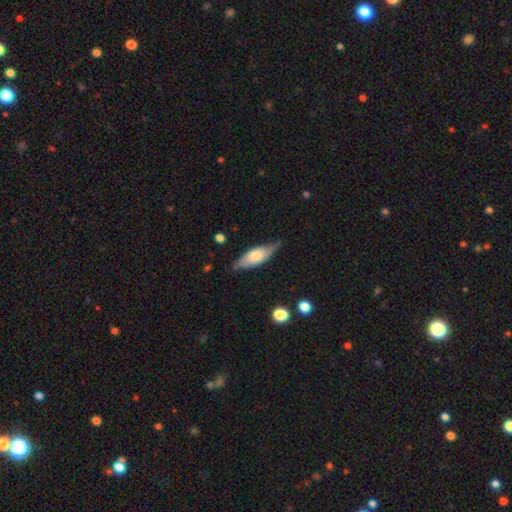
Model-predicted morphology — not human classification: A smooth galaxy with no disk features (53%) that is in between round and cigar-shaped (67%). Merging: none (70%).